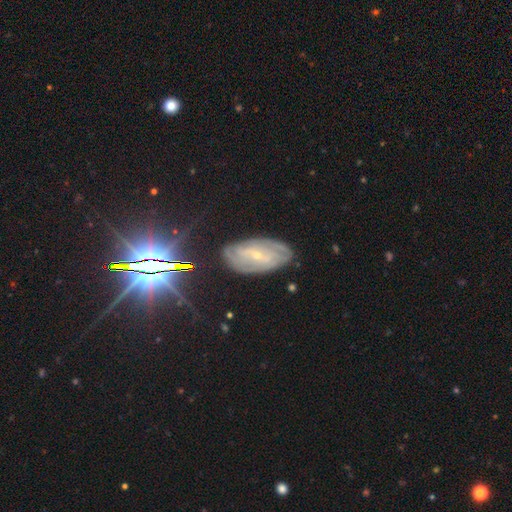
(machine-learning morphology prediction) Smooth or featured?
  - featured or disk: 65% *
  - star or artifact: 22%
  - smooth: 14%
Edge-on disk?
  - no: 90% *
  - yes: 10%
Bar?
  - weak: 39% * (tied)
  - no: 39% * (tied)
  - strong: 22%
Spiral arms?
  - yes: 84% *
  - no: 16%
Bulge size?
  - small: 77% *
  - moderate: 18%
  - none: 2%
  - large: 1%
  - dominant: 1%
Merging?
  - none: 76% *
  - minor disturbance: 17%
  - major disturbance: 5%
  - merger: 1%